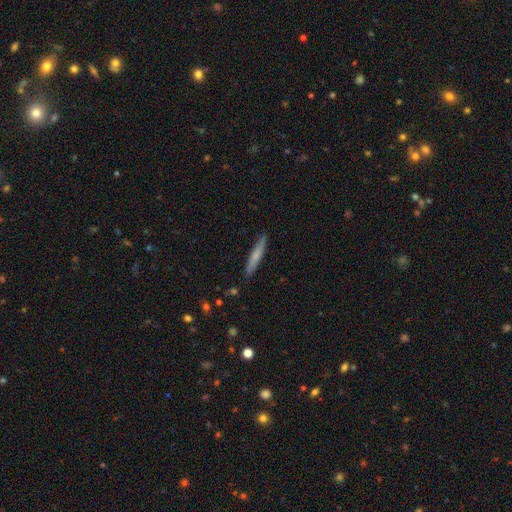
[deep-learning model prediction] smooth 62%, featured or disk 32%, star or artifact 6%. Down the decision tree: how rounded — cigar-shaped (95%); merging — none (88%).